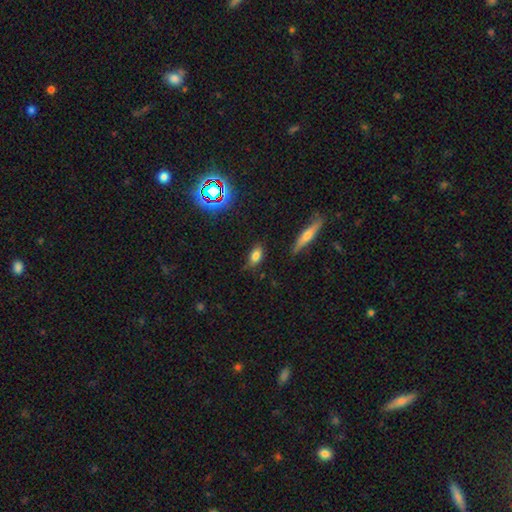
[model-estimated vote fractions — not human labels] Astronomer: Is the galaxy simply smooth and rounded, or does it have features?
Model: smooth — 77%.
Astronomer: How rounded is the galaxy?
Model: in between — 83%.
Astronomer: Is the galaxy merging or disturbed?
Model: none — 71%.